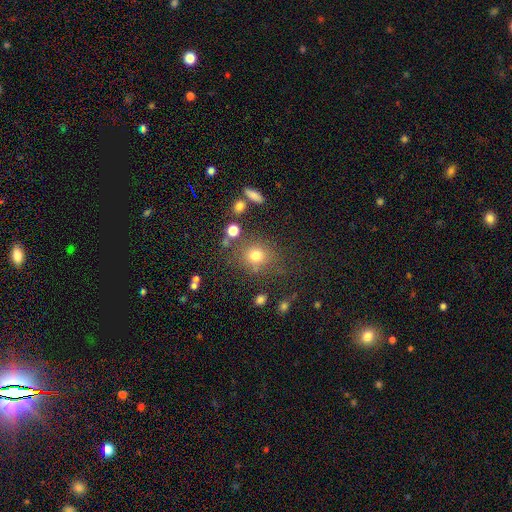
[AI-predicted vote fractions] smooth_or_featured: smooth (p=0.74) [alt: star or artifact p=0.16]
how_rounded: round (p=0.79) [alt: in between p=0.20]
merging: none (p=0.73) [alt: minor disturbance p=0.13]